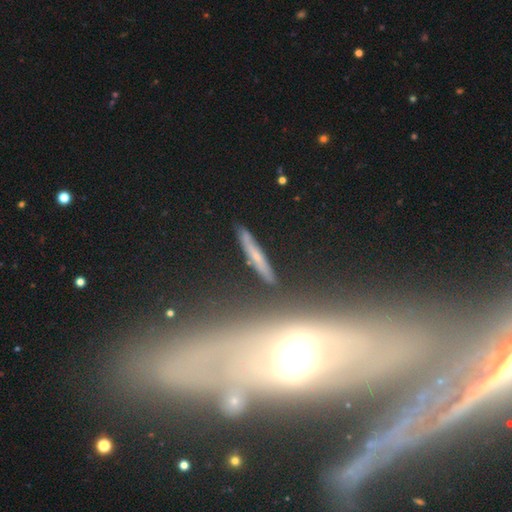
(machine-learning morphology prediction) Overall: featured or disk (43%, tied with smooth). Merging: none (85%).